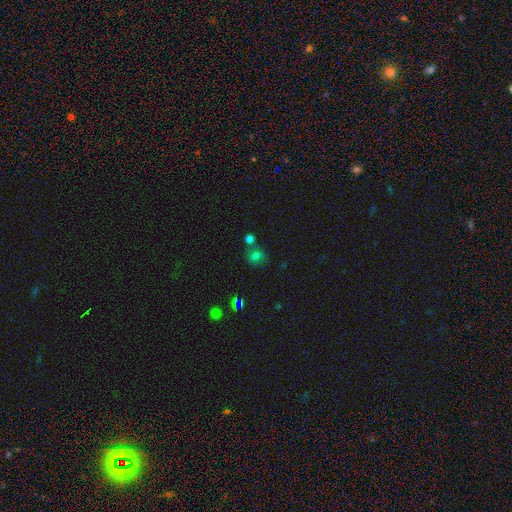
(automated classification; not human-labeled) This appears to be a smooth galaxy with no disk features (67%) that is round (72%). Merging: none (66%).